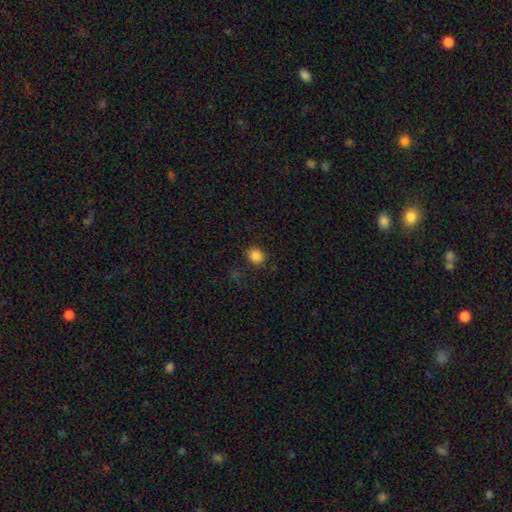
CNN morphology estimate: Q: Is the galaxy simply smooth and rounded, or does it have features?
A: smooth — 85%.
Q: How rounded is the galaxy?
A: round — 73%.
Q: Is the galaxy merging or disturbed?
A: none — 86%.